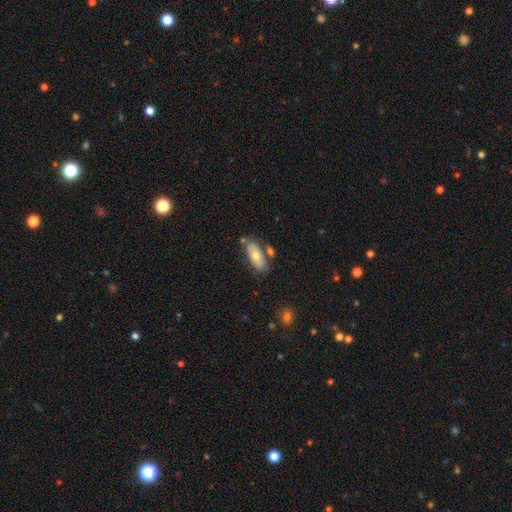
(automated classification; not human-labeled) smooth-or-featured: smooth: 67% | featured or disk: 27% | star or artifact: 6%
  how-rounded: in between: 85% | cigar-shaped: 13% | round: 2%
  merging: none: 68% | minor disturbance: 17% | merger: 11% | major disturbance: 4%